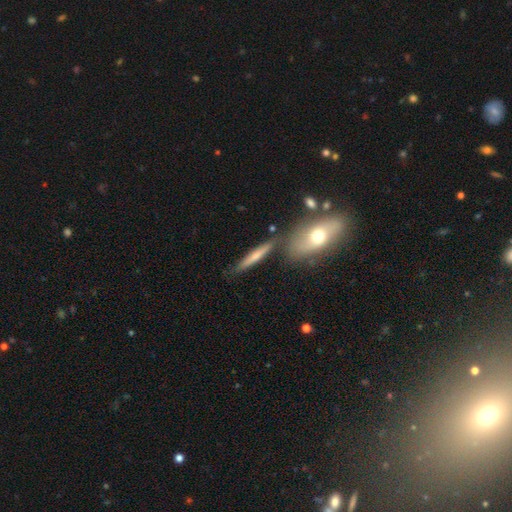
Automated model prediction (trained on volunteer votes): Overall: smooth (57%; featured or disk 36%). How rounded: cigar-shaped (87%). Merging: none (69%).